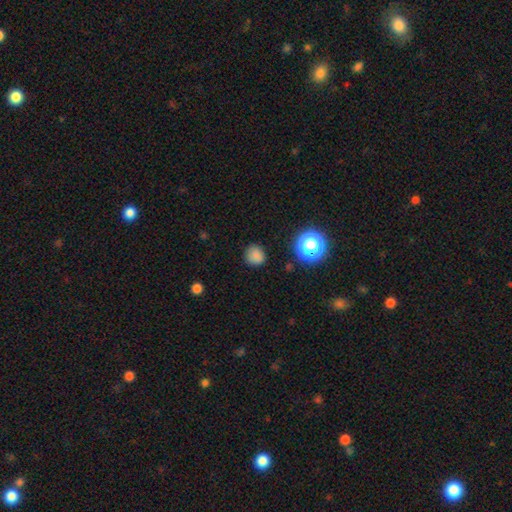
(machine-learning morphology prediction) The model was most divided on "smooth or featured": smooth: 80%, star or artifact: 16%, featured or disk: 4%. More confident: how rounded — round (85%); merging — none (84%).